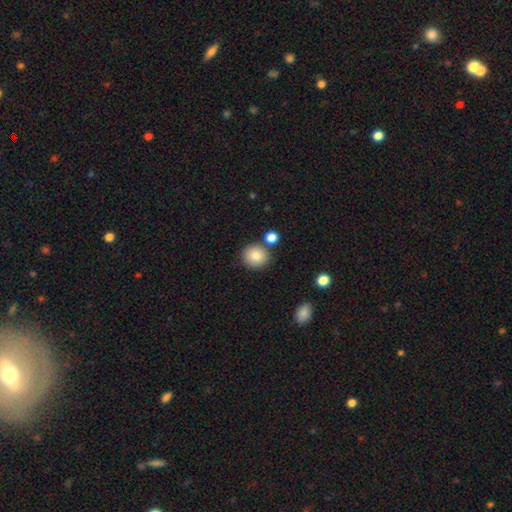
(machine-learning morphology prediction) type=smooth (85%); roundness=round (85%); merging=none (79%).